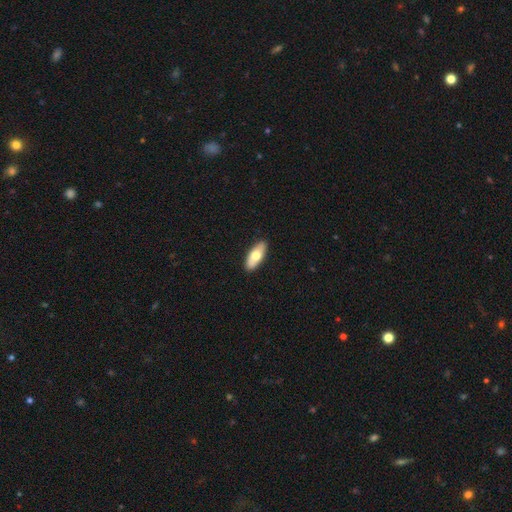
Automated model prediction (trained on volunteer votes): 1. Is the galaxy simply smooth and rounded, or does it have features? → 67% smooth, 28% featured or disk, 5% star or artifact.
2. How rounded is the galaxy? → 79% in between, 19% cigar-shaped, 2% round.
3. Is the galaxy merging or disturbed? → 90% none, 7% minor disturbance, 2% major disturbance, 1% merger.